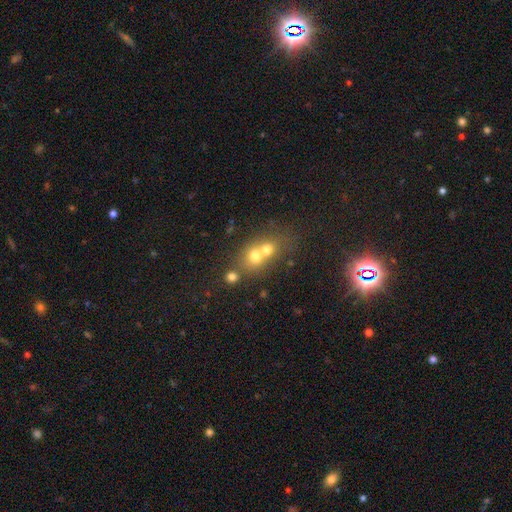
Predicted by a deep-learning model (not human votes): Morphology: type=smooth (66%); roundness=round (65%); merging=merger (64%).